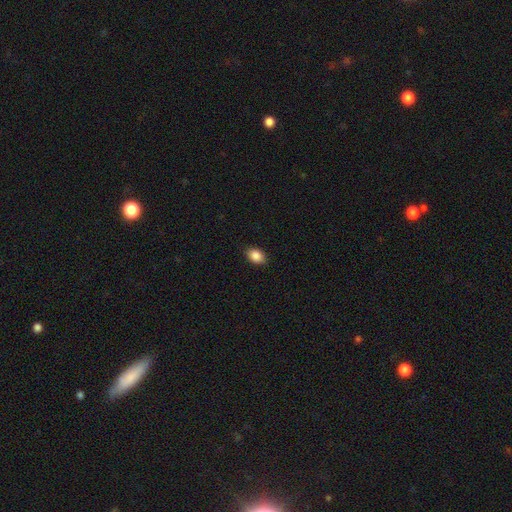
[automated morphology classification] A smooth galaxy with no disk features (88%) that is in between round and cigar-shaped (81%). Merging: none (88%).